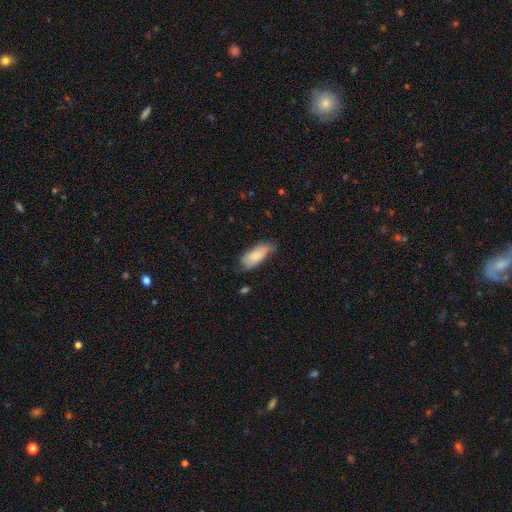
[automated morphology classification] Overall: smooth (79%). How rounded: in between (79%). Merging: none (51%; minor disturbance 37%).